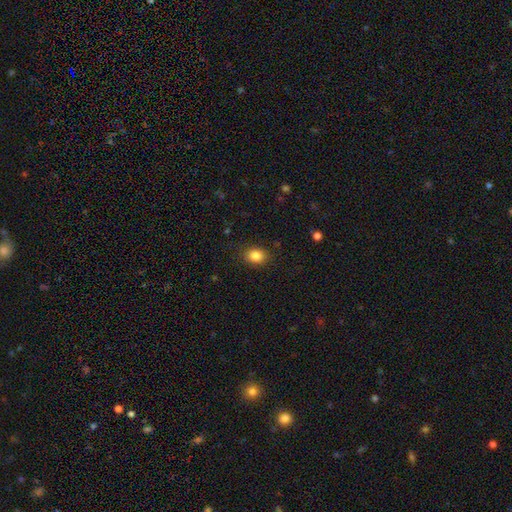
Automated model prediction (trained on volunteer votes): A smooth galaxy with no disk features (85%) that is in between round and cigar-shaped (54%).

Vote fractions:
- Smooth or featured? smooth: 85% / star or artifact: 10% / featured or disk: 5%
- How rounded? in between: 54% / round: 45% / cigar-shaped: 1%
- Merging? none: 87% / minor disturbance: 9% / major disturbance: 3% / merger: 1%